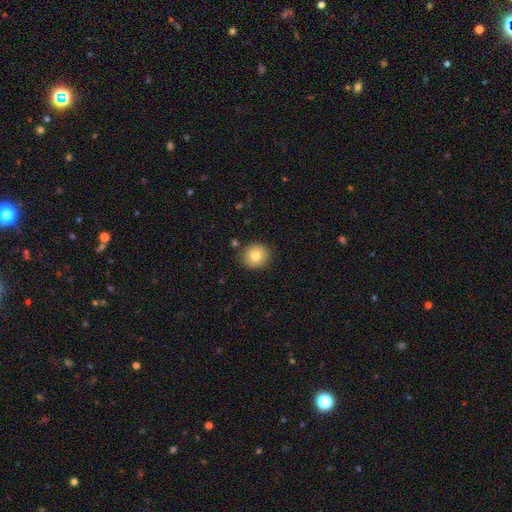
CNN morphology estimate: type=smooth (80%); roundness=round (90%); merging=none (88%).